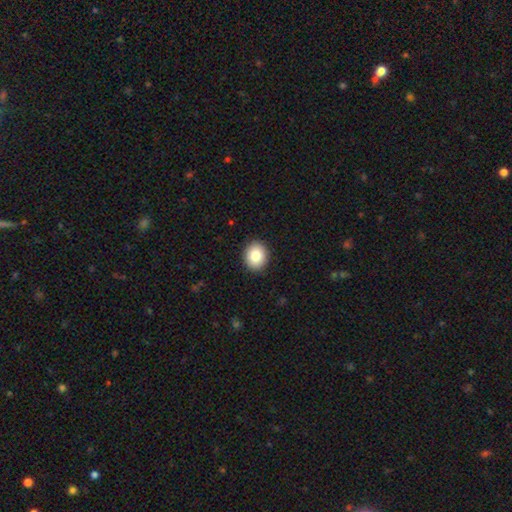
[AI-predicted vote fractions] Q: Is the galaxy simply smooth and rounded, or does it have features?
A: smooth — 85%.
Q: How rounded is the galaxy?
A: round — 61%.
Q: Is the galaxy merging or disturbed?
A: none — 91%.